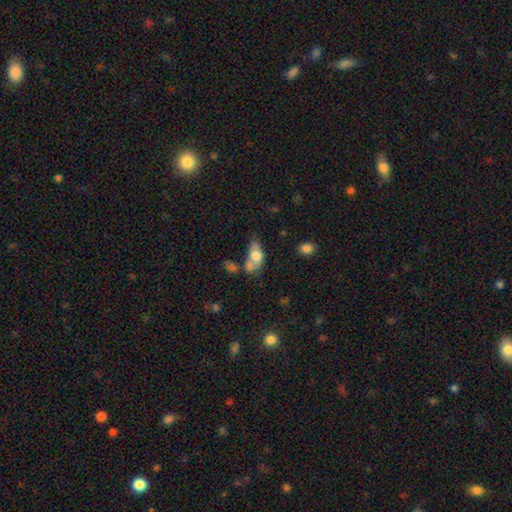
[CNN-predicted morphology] Smooth or featured? smooth (68%)
How rounded? in between (81%)
Merging? merger (44%)